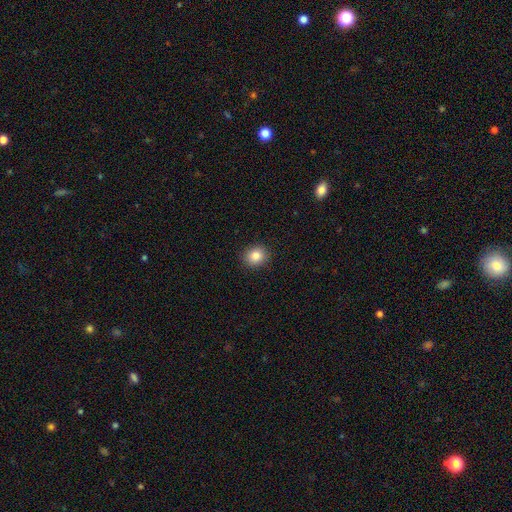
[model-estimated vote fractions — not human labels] smooth-or-featured: smooth: 84% | star or artifact: 10% | featured or disk: 6%
  how-rounded: round: 76% | in between: 23% | cigar-shaped: 1%
  merging: none: 91% | minor disturbance: 7% | major disturbance: 2% | merger: 1%